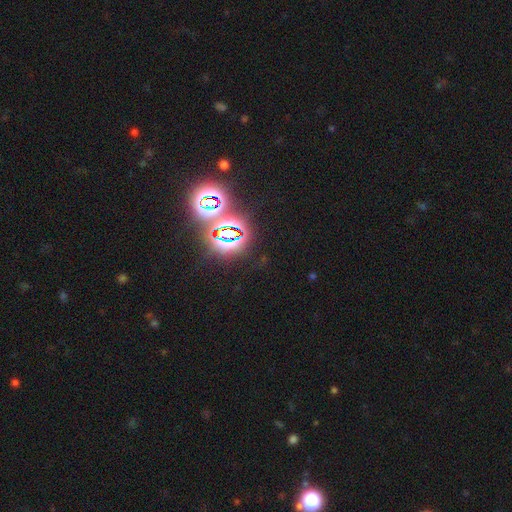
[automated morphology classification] This appears to be a star or artifact, not a galaxy (79%).